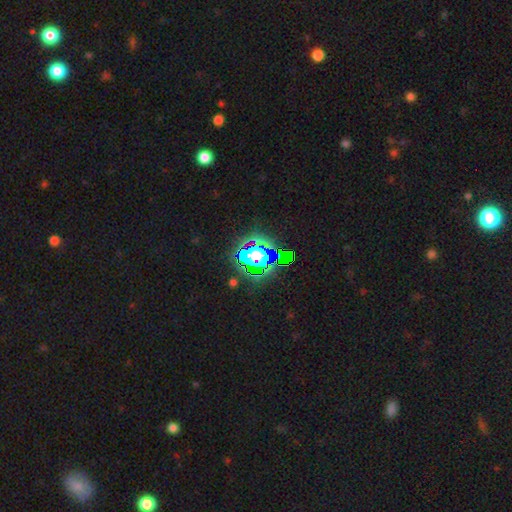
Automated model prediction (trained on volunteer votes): star or artifact 61%, smooth 22%, featured or disk 17%.